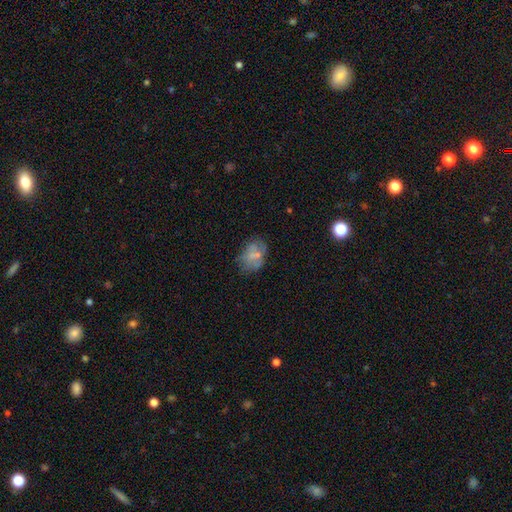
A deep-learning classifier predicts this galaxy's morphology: Overall: smooth (55%; featured or disk 32%). How rounded: in between (75%). Merging: none (60%; minor disturbance 23%).